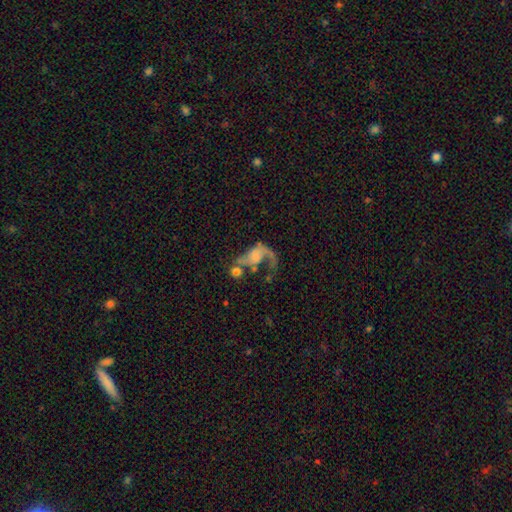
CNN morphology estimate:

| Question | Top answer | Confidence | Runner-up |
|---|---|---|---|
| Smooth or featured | featured or disk | 68% | smooth (22%) |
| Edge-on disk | no | 97% | yes (3%) |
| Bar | no | 70% | weak (23%) |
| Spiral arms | yes | 78% | no (22%) |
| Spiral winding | loose | 77% | medium (18%) |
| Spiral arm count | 1 | 51% | 2 (41%) |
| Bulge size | none | 40% | small (32%) |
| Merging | major disturbance | 41% | merger (27%) |